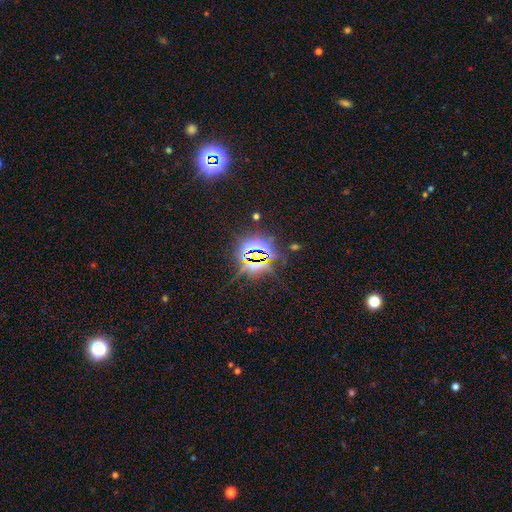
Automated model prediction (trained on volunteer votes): The model was most divided on "smooth or featured": star or artifact: 80%, smooth: 11%, featured or disk: 8%.